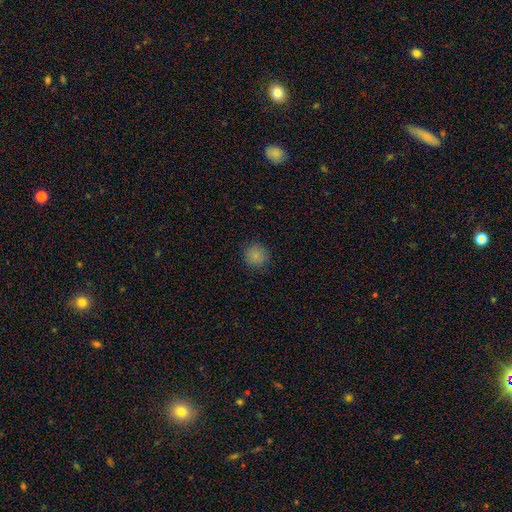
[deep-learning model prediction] The model was most divided on "smooth or featured": smooth: 83%, star or artifact: 11%, featured or disk: 5%. More confident: how rounded — round (93%); merging — none (87%).